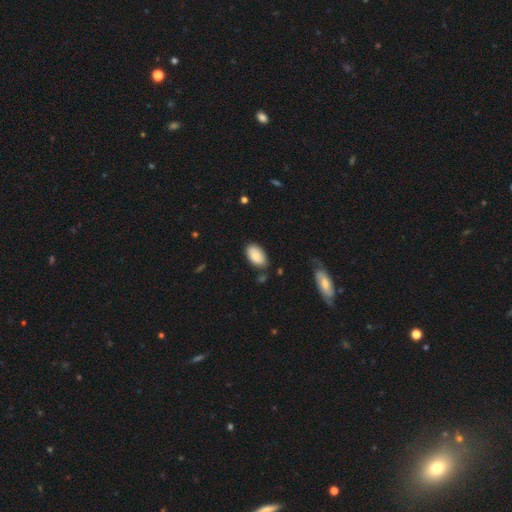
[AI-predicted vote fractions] A smooth galaxy with no disk features (86%) that is in between round and cigar-shaped (95%).

Vote fractions:
- Smooth or featured? smooth: 86% / featured or disk: 8% / star or artifact: 7%
- How rounded? in between: 95% / round: 4% / cigar-shaped: 1%
- Merging? none: 76% / minor disturbance: 17% / merger: 4% / major disturbance: 3%